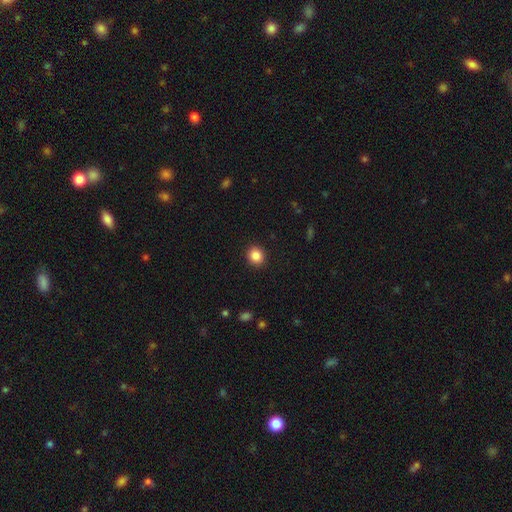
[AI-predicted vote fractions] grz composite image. It shows a smooth galaxy with no disk features (87%) that is round (78%). Merging: none (91%).